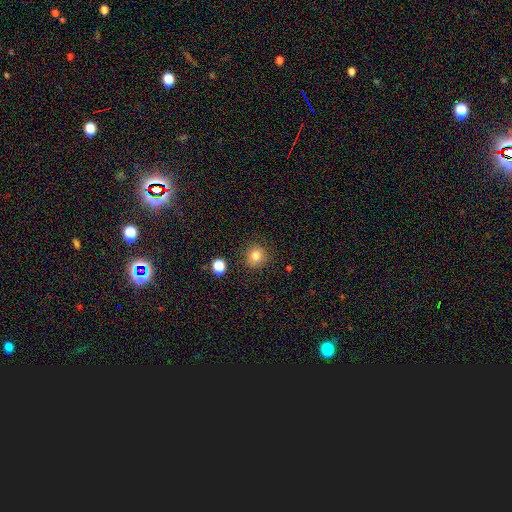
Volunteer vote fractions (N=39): Smooth or featured? smooth (82%)
How rounded? round (94%)
Merging? none (91%)